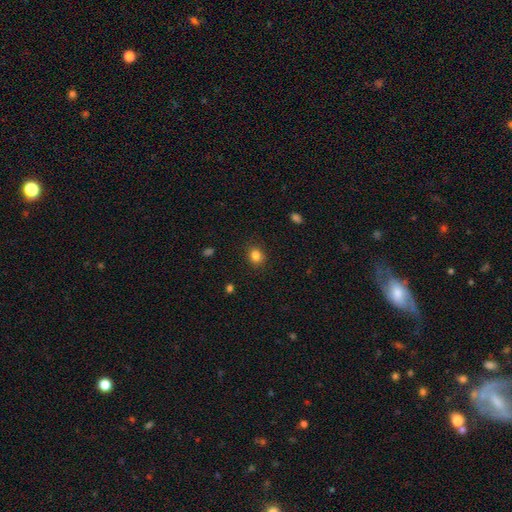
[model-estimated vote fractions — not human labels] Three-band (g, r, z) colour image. It shows a smooth galaxy with no disk features (84%) that is round (74%). Merging: none (88%).